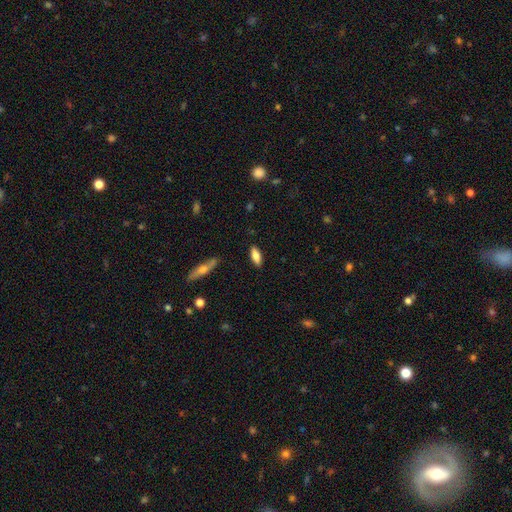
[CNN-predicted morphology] Overall: smooth (77%). How rounded: in between (69%). Merging: none (87%).